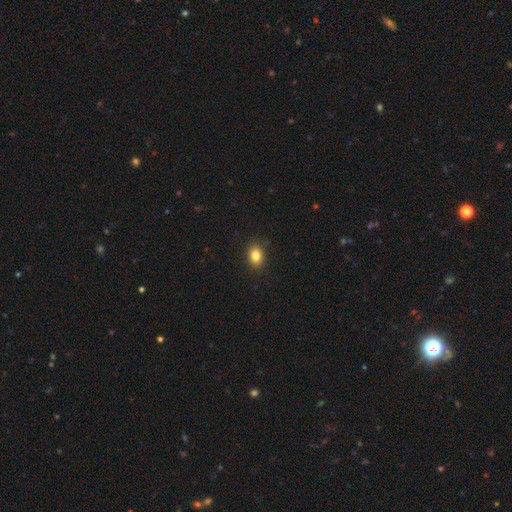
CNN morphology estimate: type=smooth (83%); roundness=in between (62%); merging=none (88%).